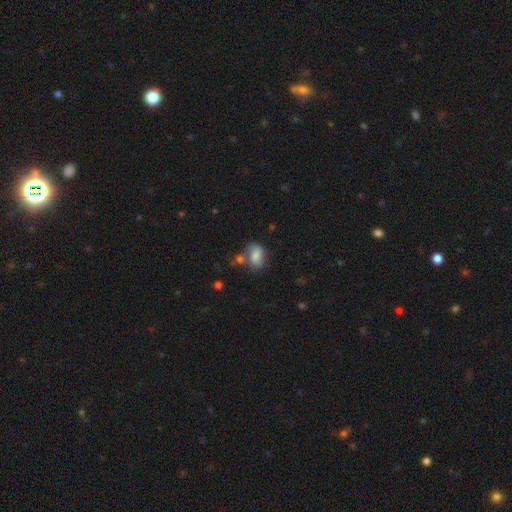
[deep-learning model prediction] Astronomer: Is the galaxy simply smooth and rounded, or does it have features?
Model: smooth — 69%.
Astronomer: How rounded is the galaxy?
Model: in between — 74%.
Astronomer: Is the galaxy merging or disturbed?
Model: none — 45% (runner-up: minor disturbance, 23%).